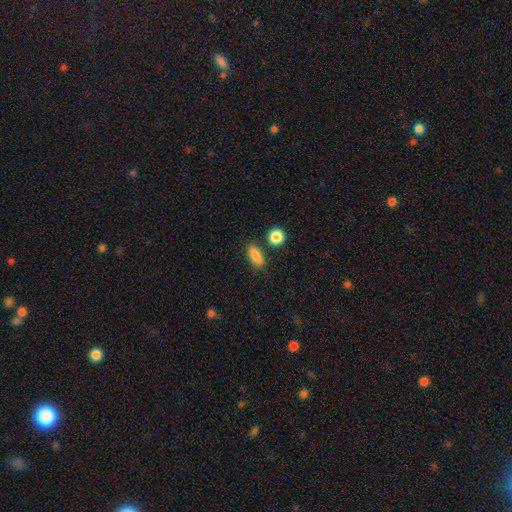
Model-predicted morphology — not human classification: type=smooth (87%); roundness=in between (79%); merging=none (79%).